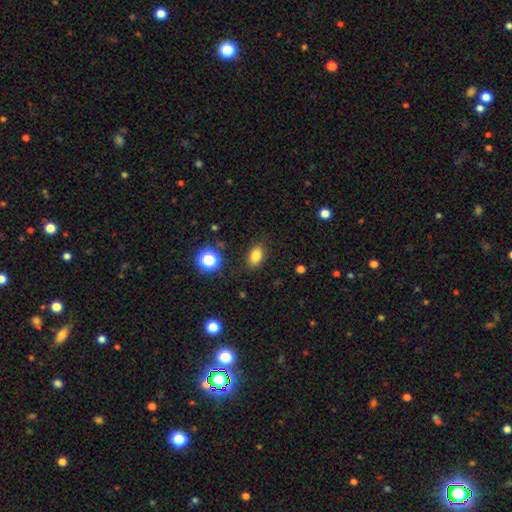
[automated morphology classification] Smooth or featured?
  - smooth: 81% *
  - star or artifact: 12%
  - featured or disk: 6%
How rounded?
  - in between: 81% *
  - round: 17%
  - cigar-shaped: 2%
Merging?
  - none: 85% *
  - minor disturbance: 10%
  - major disturbance: 3%
  - merger: 2%